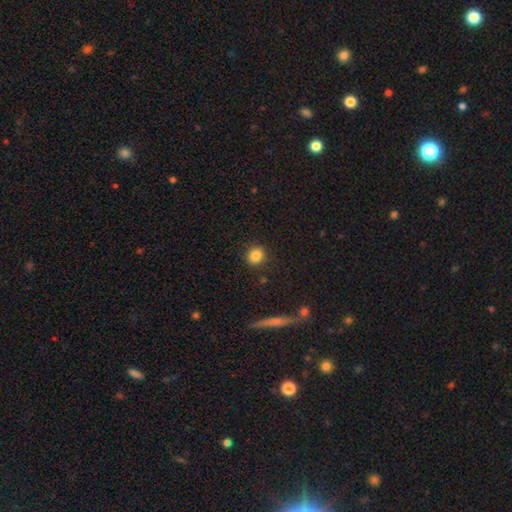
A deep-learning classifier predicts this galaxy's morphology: smooth 85%, star or artifact 10%, featured or disk 5%. Down the decision tree: how rounded — round (83%); merging — none (90%).